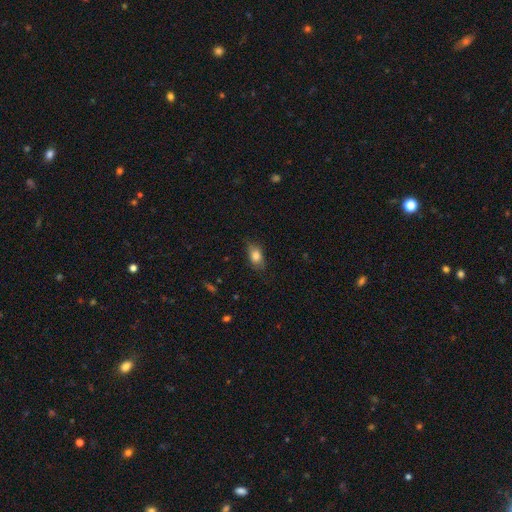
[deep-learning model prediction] Smooth or featured: smooth — 81% (featured or disk — 11%)
How rounded: in between — 83% (round — 11%)
Merging: none — 75% (minor disturbance — 20%)